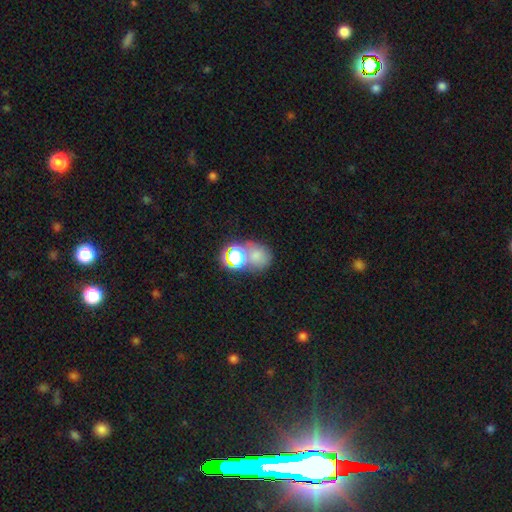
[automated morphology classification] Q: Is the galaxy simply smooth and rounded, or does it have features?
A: smooth — 63%.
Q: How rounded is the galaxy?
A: round — 68%.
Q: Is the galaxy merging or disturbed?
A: none — 40%.